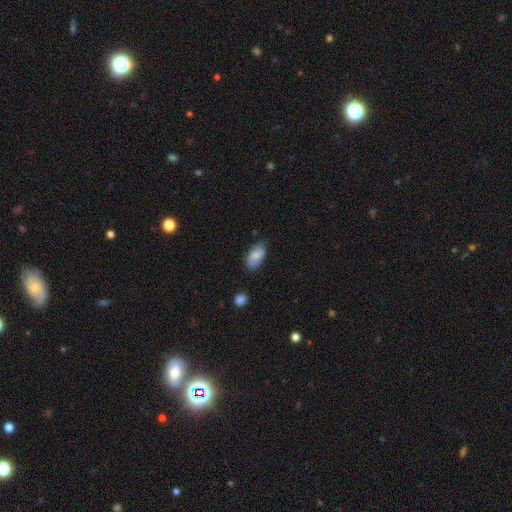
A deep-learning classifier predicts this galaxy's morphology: smooth_or_featured: smooth (p=0.82) [alt: featured or disk p=0.12]
how_rounded: in between (p=0.93) [alt: cigar-shaped p=0.04]
merging: none (p=0.72) [alt: minor disturbance p=0.22]